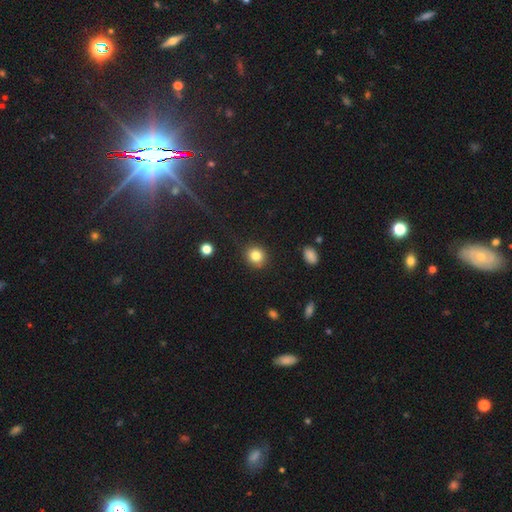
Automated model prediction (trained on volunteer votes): Smooth or featured: smooth — 83% (star or artifact — 11%)
How rounded: round — 85% (in between — 14%)
Merging: none — 87% (minor disturbance — 9%)